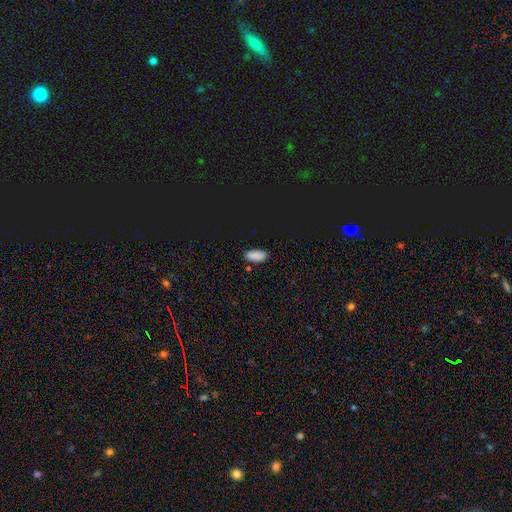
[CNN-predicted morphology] smooth 83%, star or artifact 13%, featured or disk 4%. Down the decision tree: how rounded — in between (89%); merging — none (83%).